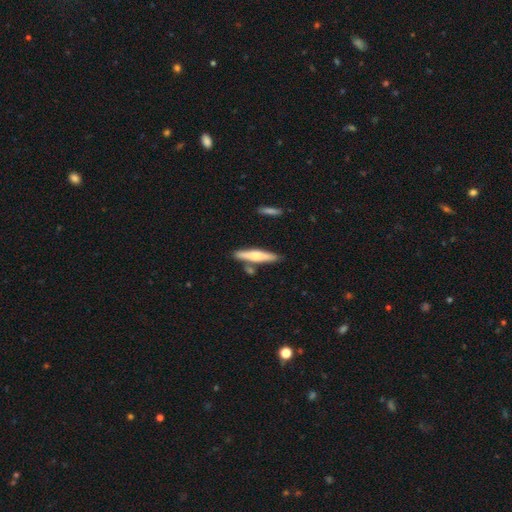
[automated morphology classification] Overall: smooth (56%; featured or disk 39%). How rounded: cigar-shaped (87%). Merging: none (79%).